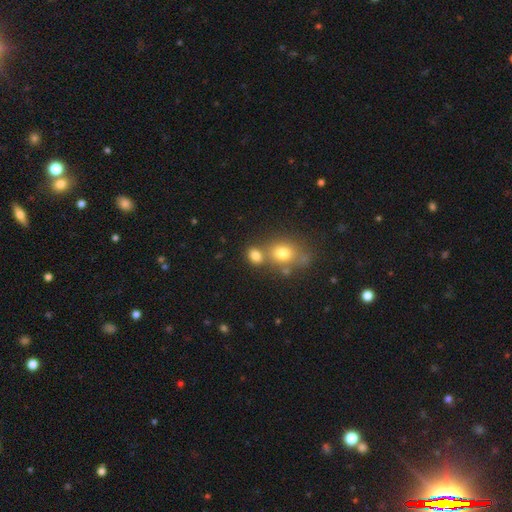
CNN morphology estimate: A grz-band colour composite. It shows a smooth galaxy with no disk features (79%) that is in between round and cigar-shaped (61%). Merging: none (49%).